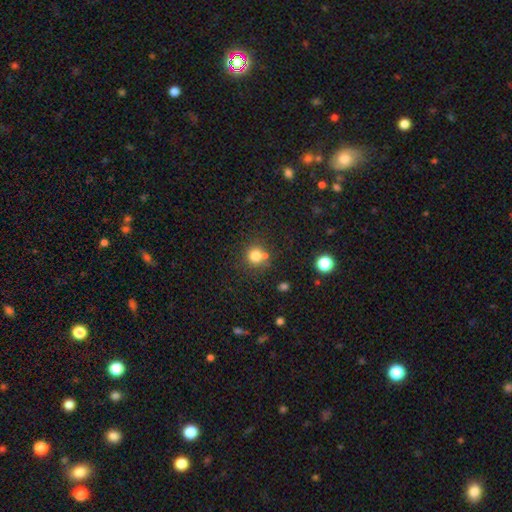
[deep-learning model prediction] The model was most divided on "merging": none: 66%, merger: 21%, minor disturbance: 10%, major disturbance: 4%. More confident: how rounded — round (91%); smooth or featured — smooth (78%).